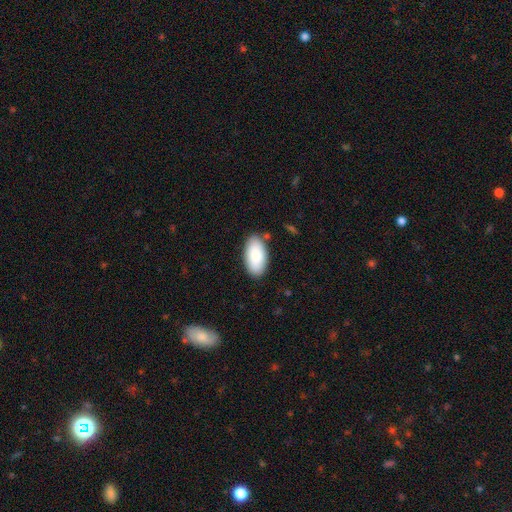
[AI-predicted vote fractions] smooth 87%, featured or disk 7%, star or artifact 6%. Down the decision tree: how rounded — in between (95%); merging — none (83%).